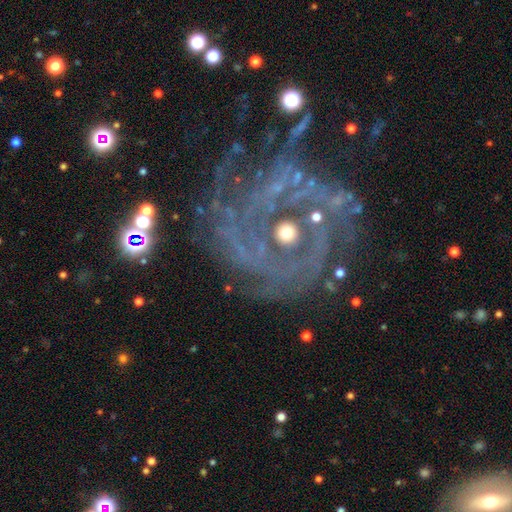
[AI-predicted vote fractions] Morphology: type=featured or disk (82%); edge-on=no (97%); bar=no (71%); spiral arms=yes (86%); winding=tight (63%); arm count=can't tell (35%); bulge=moderate (47%); merging=none (58%).